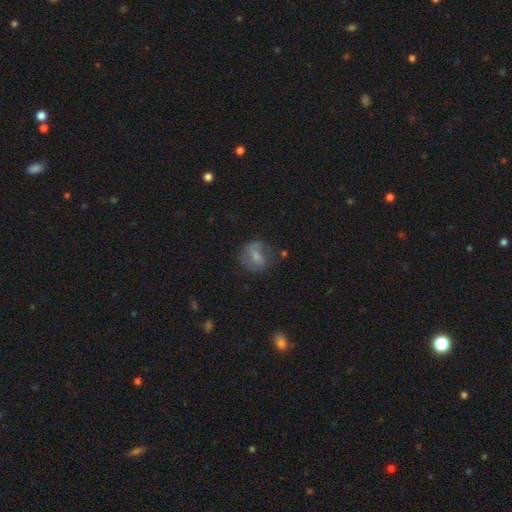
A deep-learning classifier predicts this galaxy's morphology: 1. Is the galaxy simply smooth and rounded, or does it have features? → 48% smooth, 42% featured or disk, 10% star or artifact.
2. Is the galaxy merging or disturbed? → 59% none, 23% minor disturbance, 14% major disturbance, 3% merger.